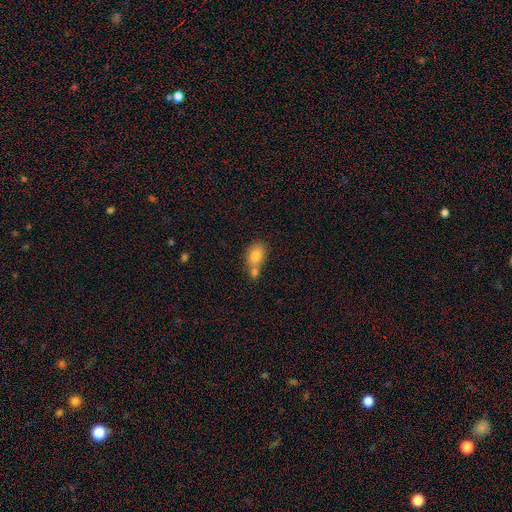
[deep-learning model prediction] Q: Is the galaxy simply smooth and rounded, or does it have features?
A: smooth — 79%.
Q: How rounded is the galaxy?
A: in between — 75%.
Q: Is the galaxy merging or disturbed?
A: merger — 46%.